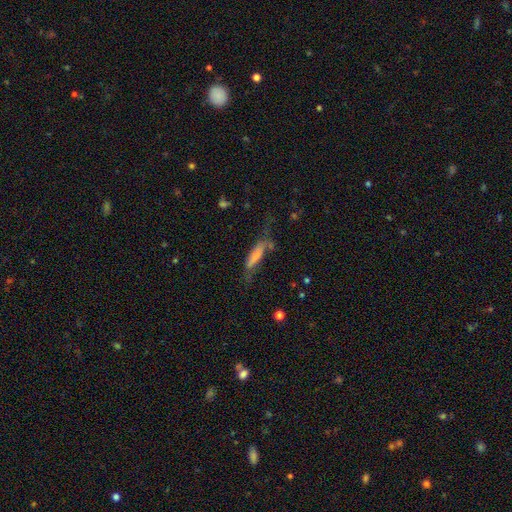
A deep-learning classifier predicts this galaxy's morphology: Q: Smooth or featured?
A: smooth (62%); runner-up: featured or disk (30%)
Q: How rounded?
A: cigar-shaped (72%); runner-up: in between (26%)
Q: Merging?
A: none (35%); runner-up: major disturbance (29%)